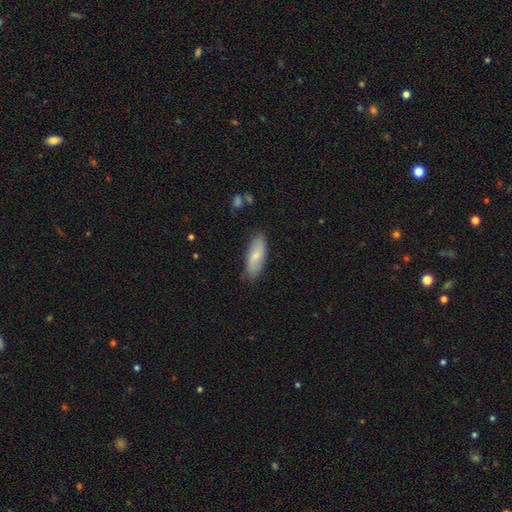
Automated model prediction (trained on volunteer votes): Smooth or featured: smooth — 70% (featured or disk — 24%)
How rounded: in between — 67% (cigar-shaped — 31%)
Merging: none — 83% (minor disturbance — 14%)